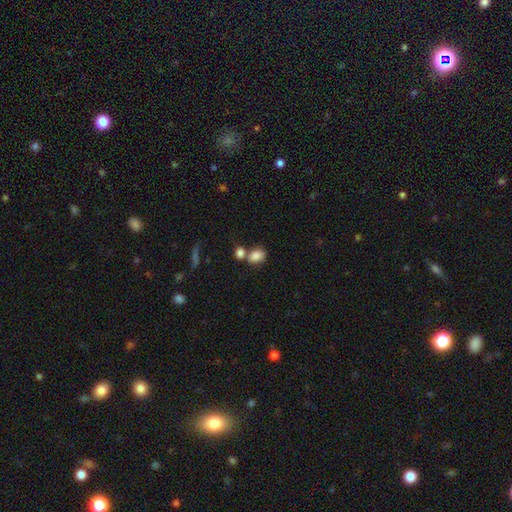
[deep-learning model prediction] smooth_or_featured: smooth (p=0.85) [alt: star or artifact p=0.08]
how_rounded: in between (p=0.73) [alt: round p=0.26]
merging: none (p=0.46) [alt: merger p=0.38]